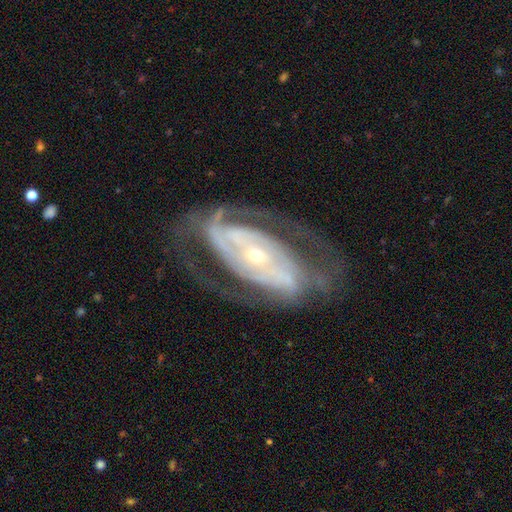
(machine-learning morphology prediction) Q: Smooth or featured?
A: featured or disk (87%); runner-up: smooth (8%)
Q: Edge-on disk?
A: no (93%); runner-up: yes (7%)
Q: Bar?
A: no (50%); runner-up: strong (27%)
Q: Spiral arms?
A: yes (87%); runner-up: no (13%)
Q: Spiral winding?
A: tight (49%); runner-up: medium (38%)
Q: Spiral arm count?
A: 2 (60%); runner-up: can't tell (21%)
Q: Bulge size?
A: small (62%); runner-up: moderate (33%)
Q: Merging?
A: none (63%); runner-up: major disturbance (18%)